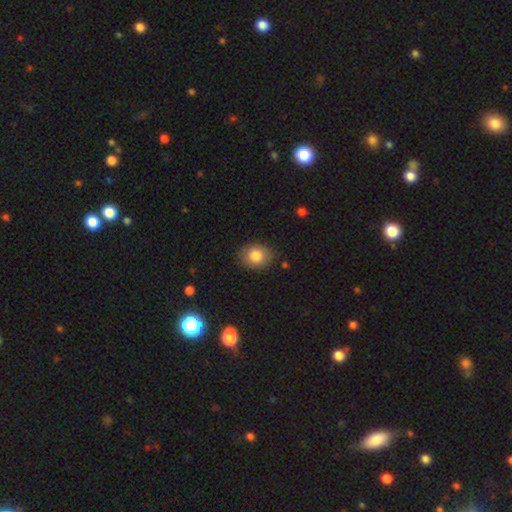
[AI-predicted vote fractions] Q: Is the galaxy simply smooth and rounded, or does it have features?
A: smooth — 82%.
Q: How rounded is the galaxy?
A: in between — 50%.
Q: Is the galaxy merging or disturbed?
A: none — 85%.